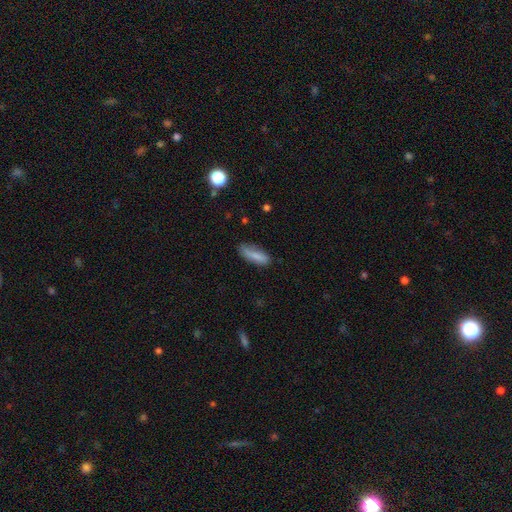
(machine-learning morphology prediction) smooth-or-featured: smooth: 81% | featured or disk: 12% | star or artifact: 7%
  how-rounded: in between: 50% | cigar-shaped: 48% | round: 2%
  merging: none: 66% | minor disturbance: 25% | major disturbance: 6% | merger: 3%